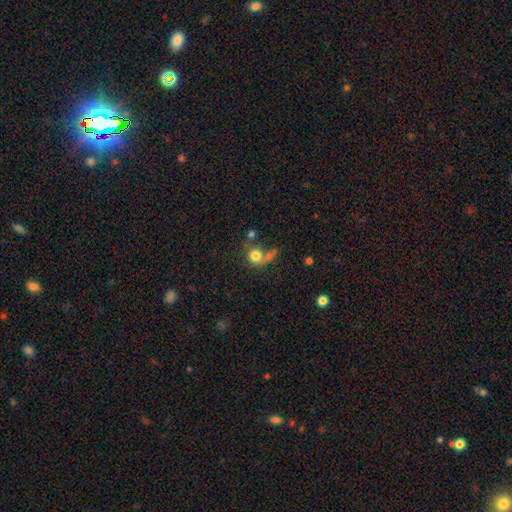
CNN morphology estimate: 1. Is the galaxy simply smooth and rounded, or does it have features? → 77% smooth, 13% featured or disk, 10% star or artifact.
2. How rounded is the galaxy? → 78% round, 21% in between, 1% cigar-shaped.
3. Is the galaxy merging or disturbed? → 37% none, 31% merger, 18% major disturbance, 15% minor disturbance.